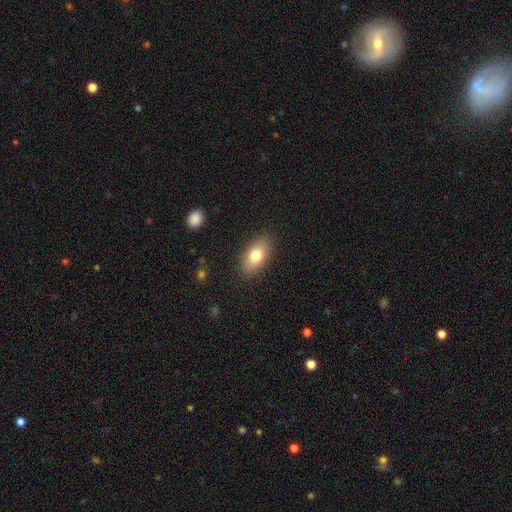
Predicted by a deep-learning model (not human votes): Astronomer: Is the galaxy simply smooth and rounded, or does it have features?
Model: smooth — 77%.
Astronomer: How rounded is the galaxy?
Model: in between — 89%.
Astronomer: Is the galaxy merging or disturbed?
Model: none — 86%.